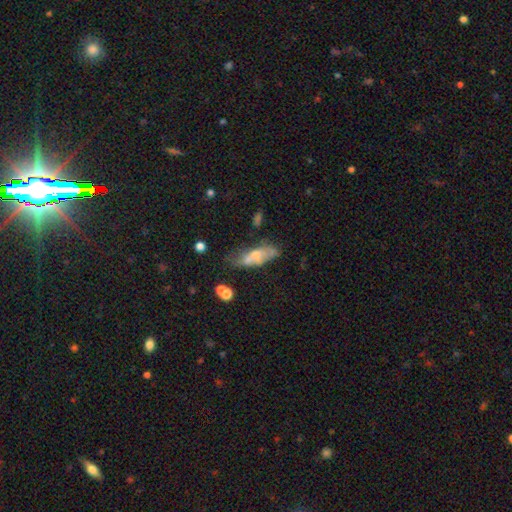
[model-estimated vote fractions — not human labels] Smooth or featured? smooth (48%)
Merging? none (32%)